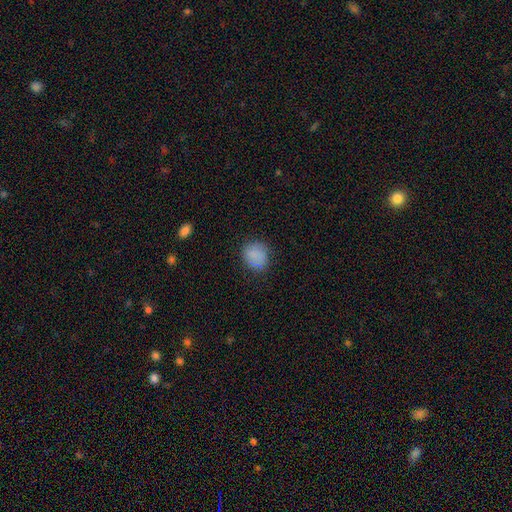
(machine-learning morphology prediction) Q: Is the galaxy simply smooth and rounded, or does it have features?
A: smooth — 82%.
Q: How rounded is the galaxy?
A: round — 76%.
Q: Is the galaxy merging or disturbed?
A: none — 78%.